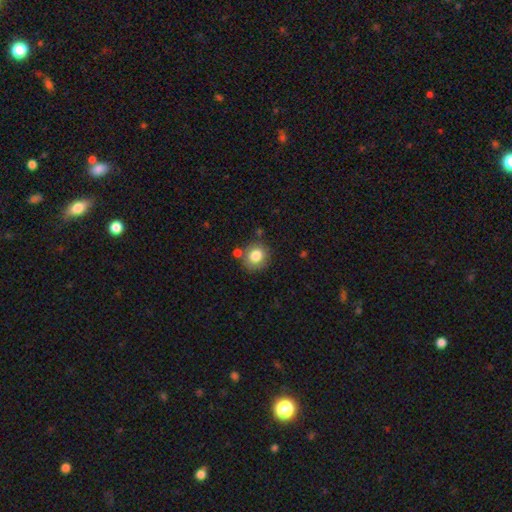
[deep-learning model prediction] smooth_or_featured: smooth (p=0.81) [alt: featured or disk p=0.09]
how_rounded: round (p=0.79) [alt: in between p=0.20]
merging: none (p=0.73) [alt: minor disturbance p=0.14]